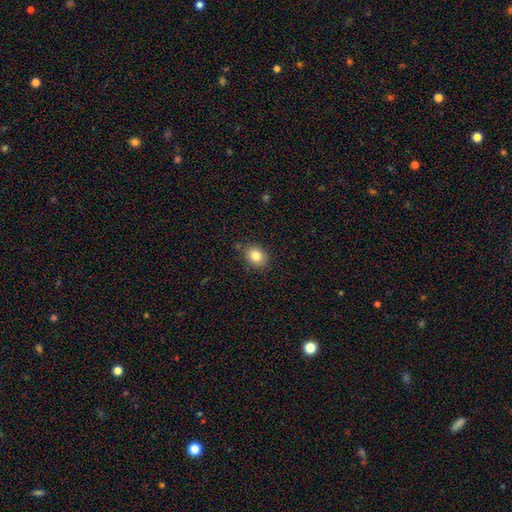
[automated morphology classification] Overall: smooth (83%). How rounded: round (54%; in between 45%). Merging: none (85%).